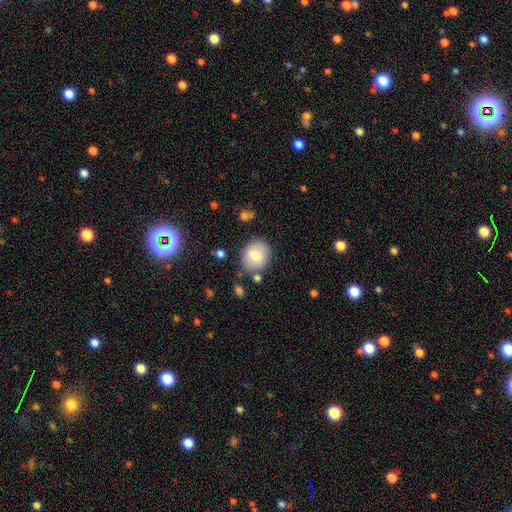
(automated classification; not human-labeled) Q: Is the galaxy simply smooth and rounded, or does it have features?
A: smooth — 73%.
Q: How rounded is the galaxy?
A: round — 62%.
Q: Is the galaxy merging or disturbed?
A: none — 78%.